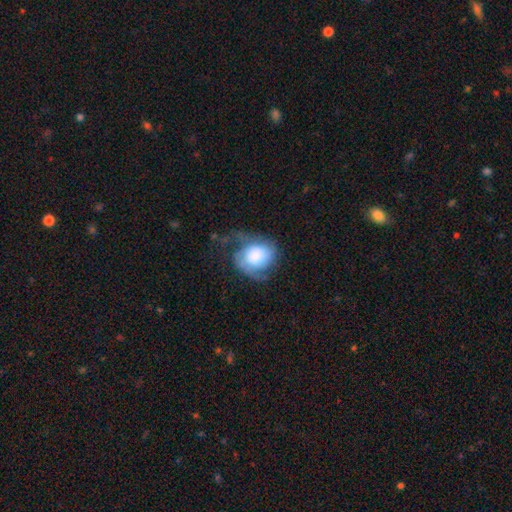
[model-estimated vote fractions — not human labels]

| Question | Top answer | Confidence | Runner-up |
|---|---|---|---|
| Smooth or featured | featured or disk | 49% | smooth (43%) |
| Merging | none | 35% | major disturbance (34%) |